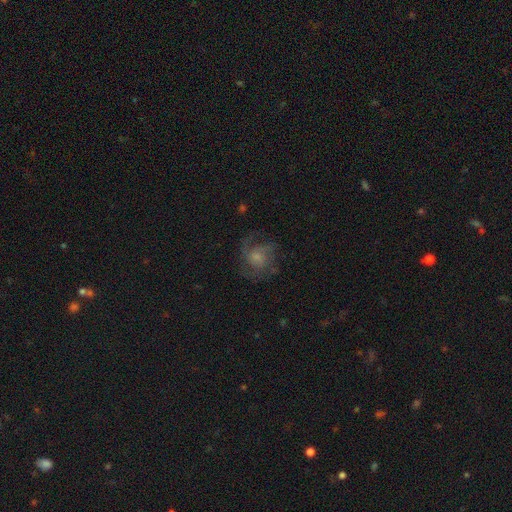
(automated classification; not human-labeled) This is likely a featured or disk galaxy (68%). It is clearly not viewed edge-on (98%). Bar: likely no (70%). Spiral arm pattern: clearly yes (90%). Spiral arm count: marginally 3 (33%). Spiral winding: possibly medium (49%). Central bulge: marginally moderate (38%). Merging: likely none (62%).